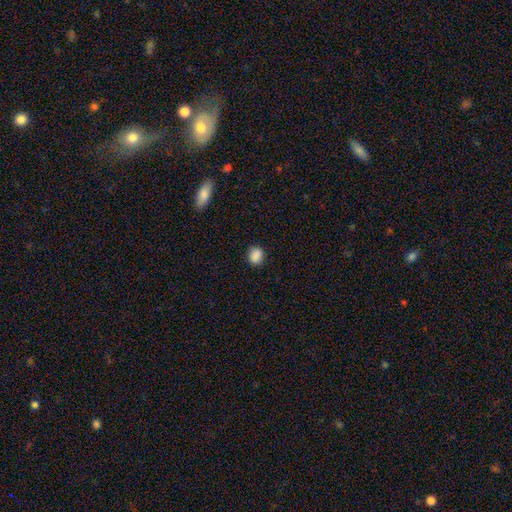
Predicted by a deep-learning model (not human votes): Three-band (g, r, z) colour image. It shows a smooth galaxy with no disk features (87%) that is round (64%). Merging: none (81%).